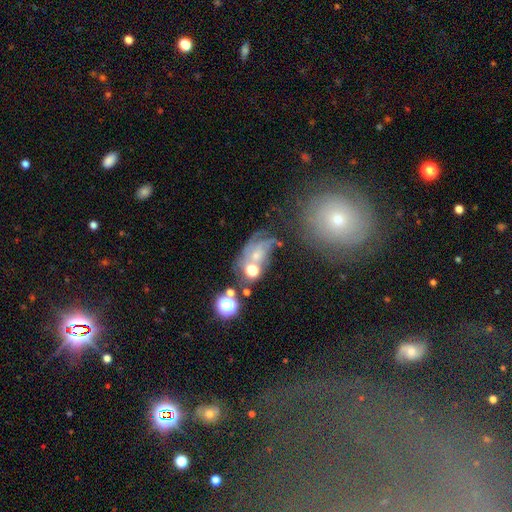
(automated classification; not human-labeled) A featured or disk galaxy (53%) with no bar (74%), spiral arms (77%) and a small central bulge (50%). Merging: none (37%).